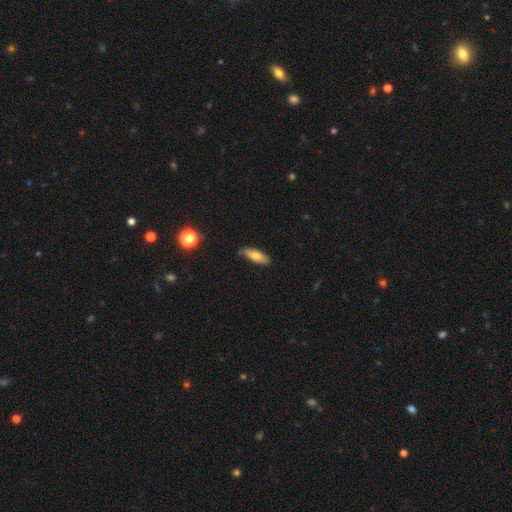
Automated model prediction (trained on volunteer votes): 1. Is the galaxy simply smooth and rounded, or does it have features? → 69% smooth, 23% featured or disk, 7% star or artifact.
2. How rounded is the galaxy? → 55% in between, 43% cigar-shaped, 3% round.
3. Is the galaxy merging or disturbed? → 79% none, 17% minor disturbance, 2% major disturbance, 2% merger.